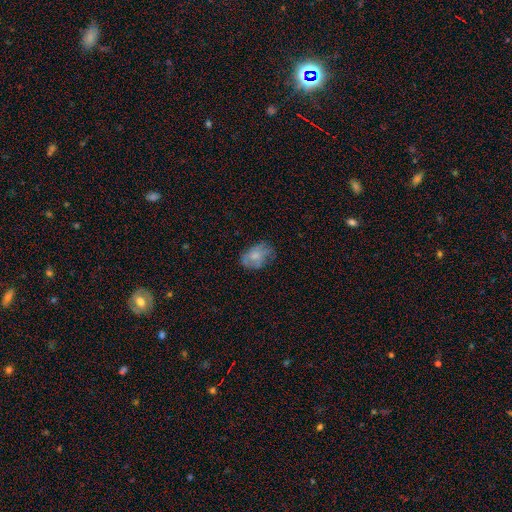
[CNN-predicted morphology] Smooth or featured: smooth — 67% (featured or disk — 24%)
How rounded: in between — 78% (round — 20%)
Merging: none — 57% (minor disturbance — 29%)